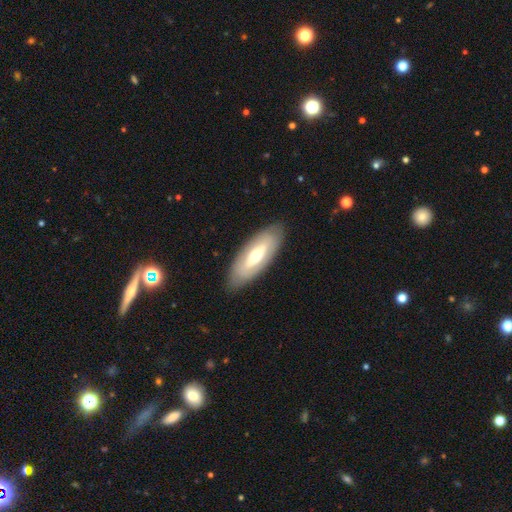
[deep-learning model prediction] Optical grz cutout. It shows a featured or disk galaxy (55%). Merging: none (86%).